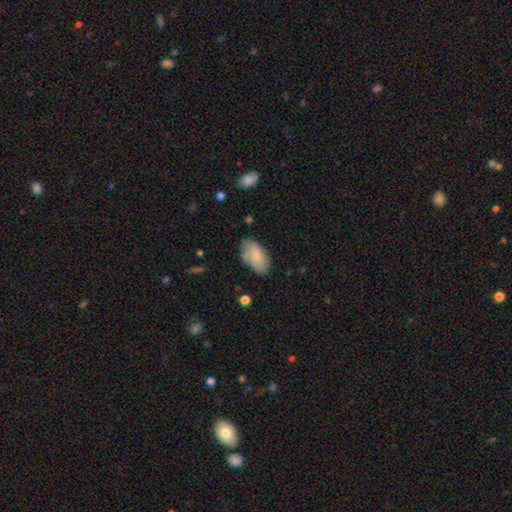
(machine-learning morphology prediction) Overall: smooth (72%). How rounded: in between (94%). Merging: none (68%).